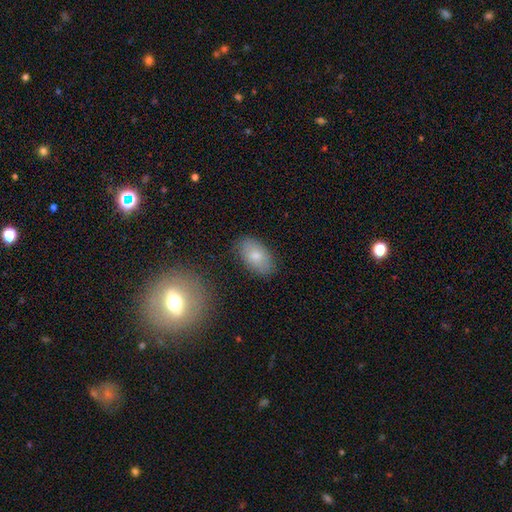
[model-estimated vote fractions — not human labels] Smooth or featured? Predicted: smooth (p=0.75). How rounded? Predicted: in between (p=0.93). Merging? Predicted: none (p=0.83).